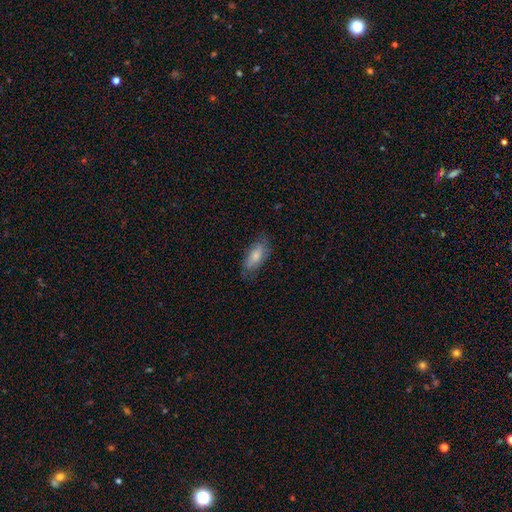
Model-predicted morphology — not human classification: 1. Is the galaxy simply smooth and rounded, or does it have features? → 74% smooth, 19% featured or disk, 6% star or artifact.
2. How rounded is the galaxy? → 83% in between, 14% cigar-shaped, 3% round.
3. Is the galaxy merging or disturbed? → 72% none, 21% minor disturbance, 6% major disturbance, 1% merger.